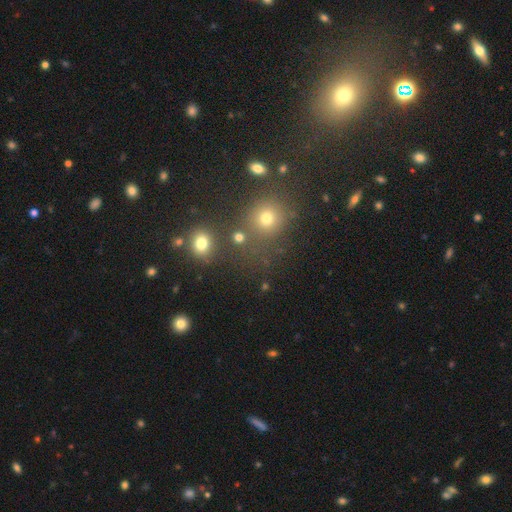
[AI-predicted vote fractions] smooth_or_featured: smooth (p=0.54) [alt: star or artifact p=0.38]
how_rounded: round (p=0.84) [alt: in between p=0.15]
merging: none (p=0.74) [alt: merger p=0.13]